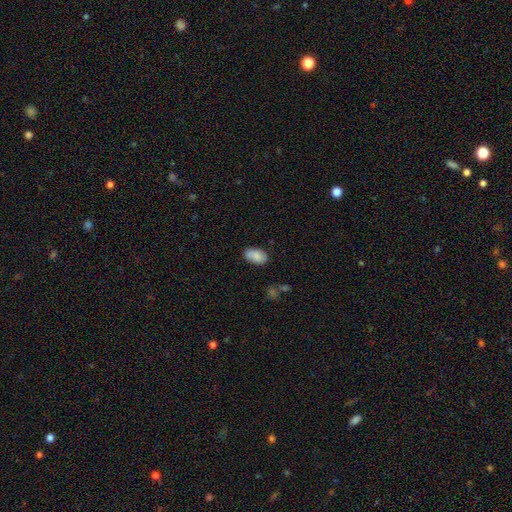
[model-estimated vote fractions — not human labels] smooth 83%, featured or disk 10%, star or artifact 7%. Down the decision tree: how rounded — in between (93%); merging — none (78%).